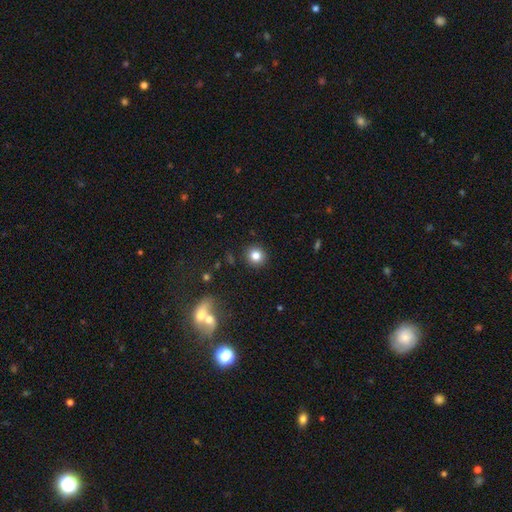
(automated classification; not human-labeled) Smooth or featured? Predicted: smooth (p=0.82). How rounded? Predicted: round (p=0.92). Merging? Predicted: none (p=0.91).